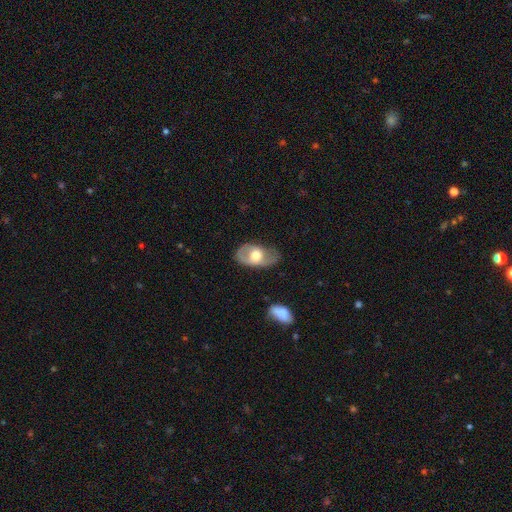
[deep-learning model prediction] smooth_or_featured: featured or disk (p=0.50) [alt: smooth p=0.44]
merging: none (p=0.61) [alt: minor disturbance p=0.26]